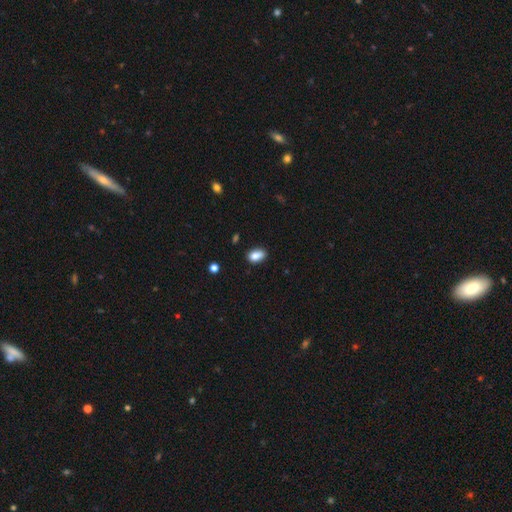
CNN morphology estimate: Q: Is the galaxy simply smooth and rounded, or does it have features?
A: smooth — 86%.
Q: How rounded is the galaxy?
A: in between — 87%.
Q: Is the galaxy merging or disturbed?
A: none — 79%.